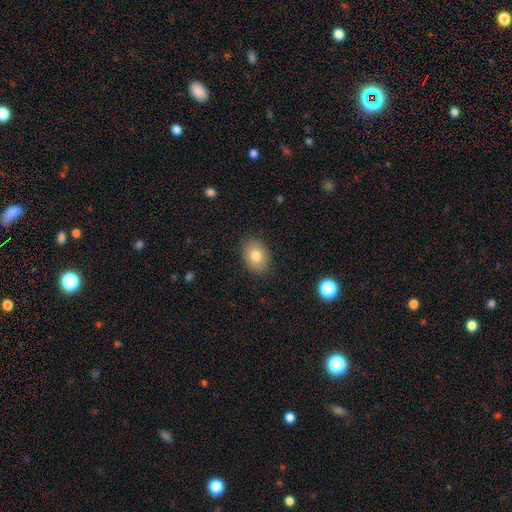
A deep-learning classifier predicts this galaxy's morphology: smooth_or_featured: smooth (p=0.81) [alt: featured or disk p=0.10]
how_rounded: in between (p=0.73) [alt: round p=0.26]
merging: none (p=0.87) [alt: minor disturbance p=0.10]